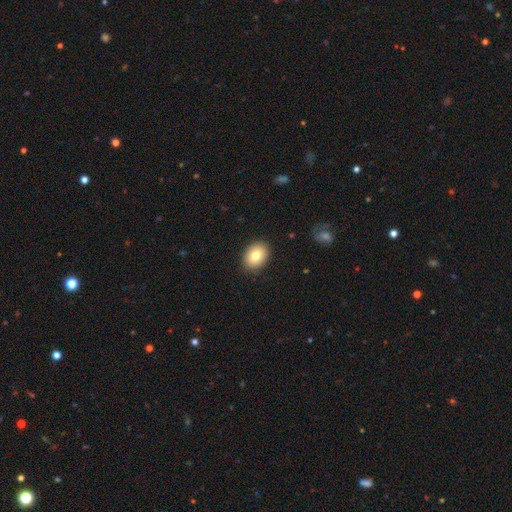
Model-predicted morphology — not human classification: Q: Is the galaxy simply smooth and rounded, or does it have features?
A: smooth — 78%.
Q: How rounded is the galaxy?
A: in between — 69%.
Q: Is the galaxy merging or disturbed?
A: none — 88%.